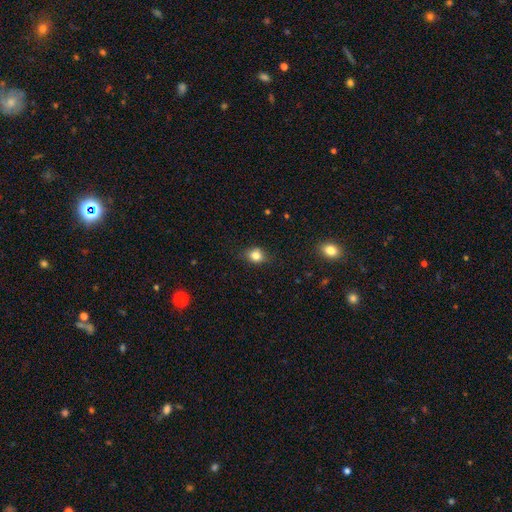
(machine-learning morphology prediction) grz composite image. It shows a smooth galaxy with no disk features (80%) that is round (62%). Merging: none (78%).